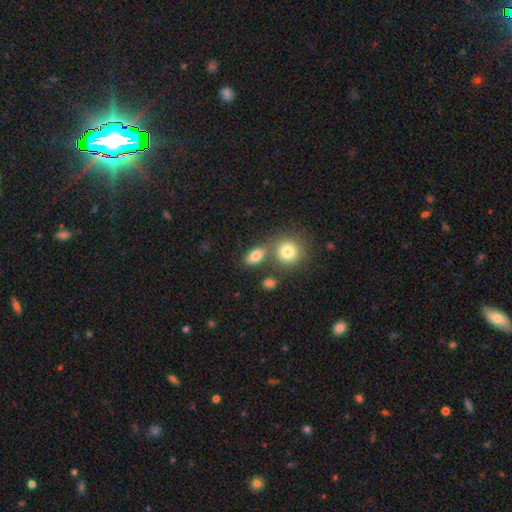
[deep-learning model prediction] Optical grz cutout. It shows a smooth galaxy with no disk features (79%) that is in between round and cigar-shaped (75%). Merging: none (58%).